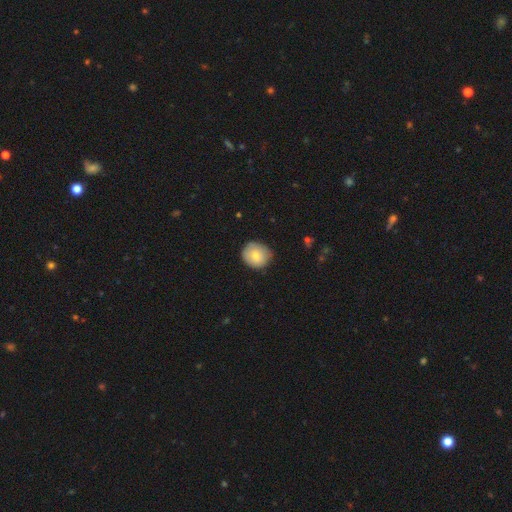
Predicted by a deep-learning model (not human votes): Overall: smooth (78%). How rounded: round (81%). Merging: none (78%).